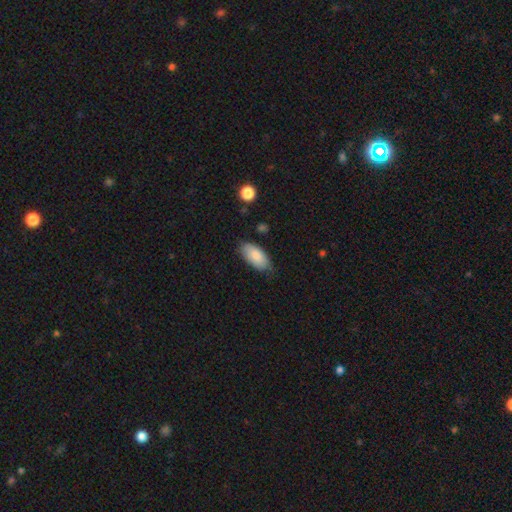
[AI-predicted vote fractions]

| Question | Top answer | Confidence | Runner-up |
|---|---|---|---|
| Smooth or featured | smooth | 84% | featured or disk (10%) |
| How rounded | in between | 92% | cigar-shaped (6%) |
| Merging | none | 73% | minor disturbance (22%) |